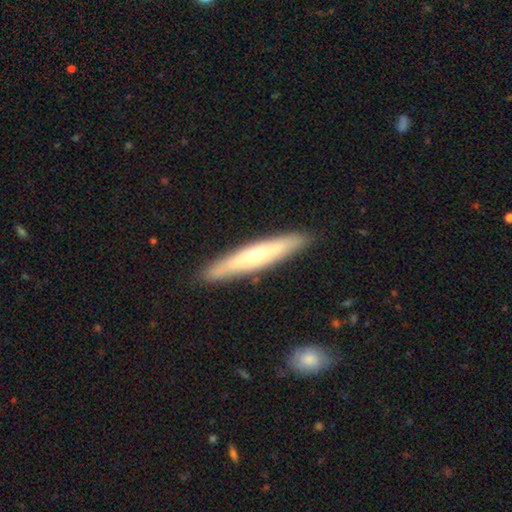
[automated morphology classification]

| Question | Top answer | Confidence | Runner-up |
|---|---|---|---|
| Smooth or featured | featured or disk | 51% | smooth (44%) |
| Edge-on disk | yes | 81% | no (19%) |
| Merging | none | 89% | minor disturbance (8%) |